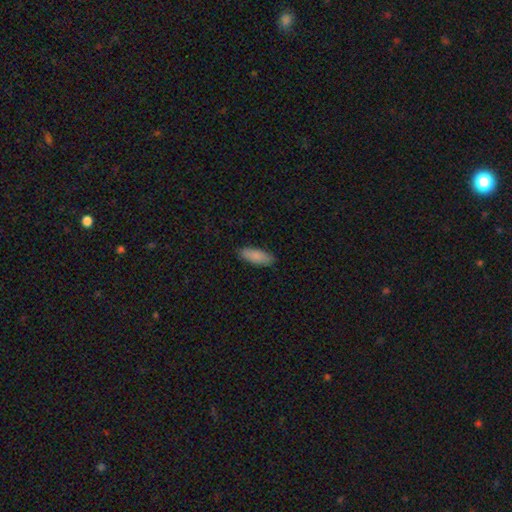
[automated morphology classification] A smooth galaxy with no disk features (88%) that is in between round and cigar-shaped (68%).

Vote fractions:
- Smooth or featured? smooth: 88% / featured or disk: 6% / star or artifact: 6%
- How rounded? in between: 68% / cigar-shaped: 31% / round: 2%
- Merging? none: 87% / minor disturbance: 10% / major disturbance: 2% / merger: 1%